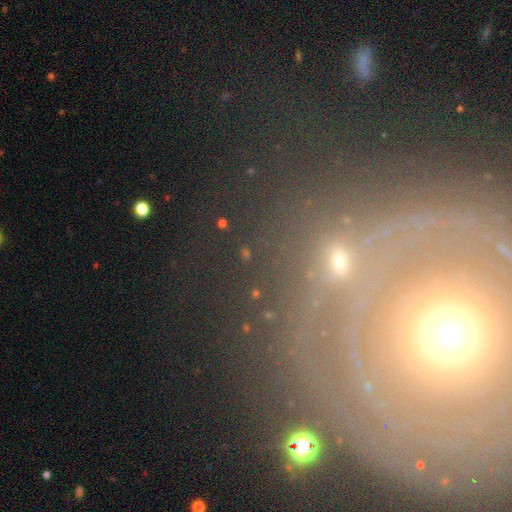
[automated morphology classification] Smooth or featured: featured or disk — 45% (star or artifact — 29%)
Merging: none — 73% (minor disturbance — 11%)